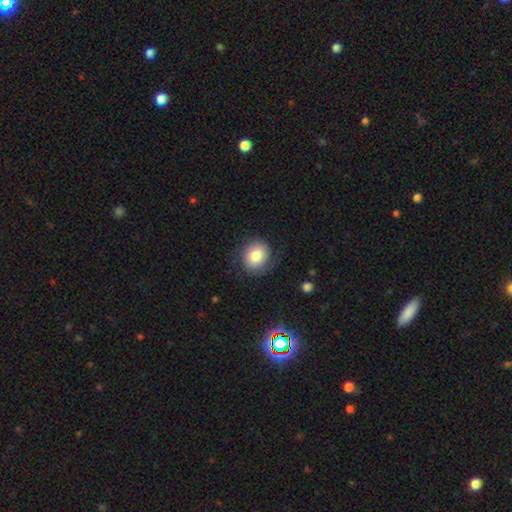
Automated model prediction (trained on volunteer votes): Morphology: type=smooth (76%); roundness=round (71%); merging=none (75%).